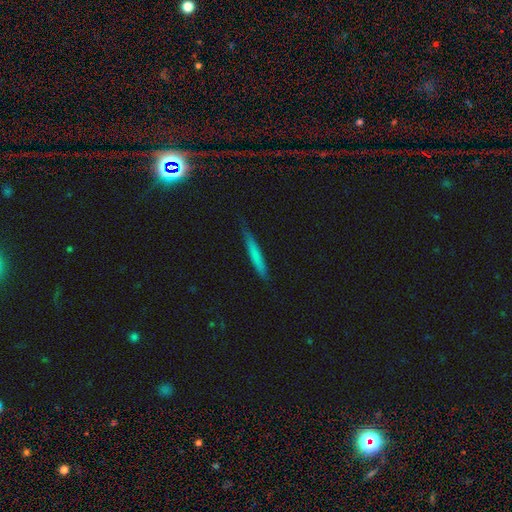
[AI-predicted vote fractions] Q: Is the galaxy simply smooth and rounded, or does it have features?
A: smooth — 68%.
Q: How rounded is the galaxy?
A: cigar-shaped — 95%.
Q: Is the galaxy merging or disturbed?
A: none — 81%.